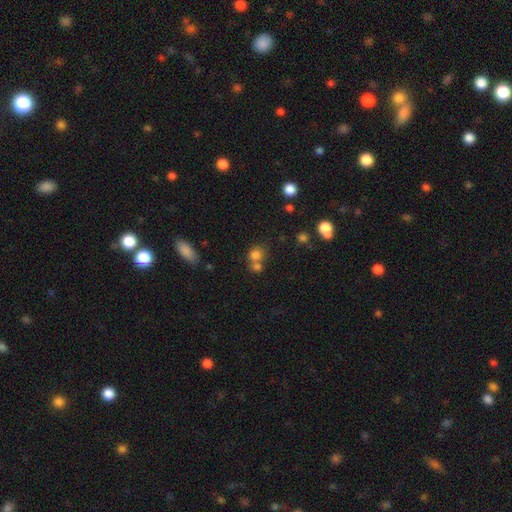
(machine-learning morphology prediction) type=smooth (76%); roundness=round (75%); merging=merger (45%).